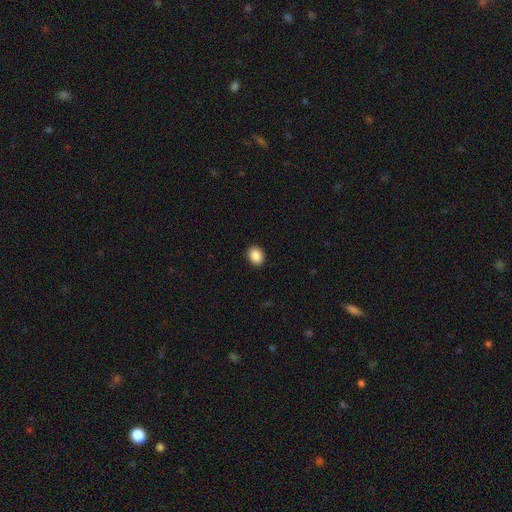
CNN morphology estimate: This appears to be a smooth galaxy with no disk features (89%) that is in between round and cigar-shaped (53%). Merging: none (91%).